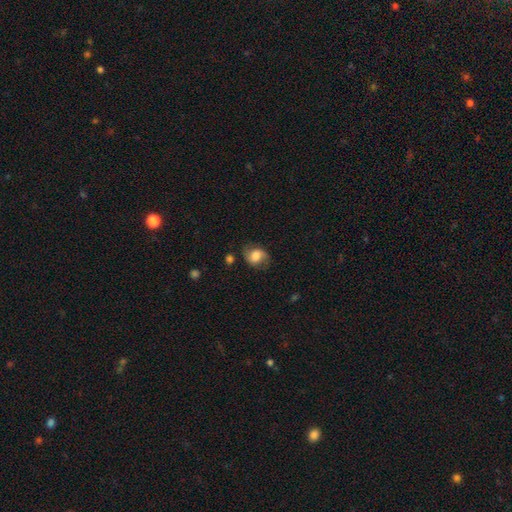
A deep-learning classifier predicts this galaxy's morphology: Smooth or featured? smooth (60%)
How rounded? round (50%)
Merging? none (66%)